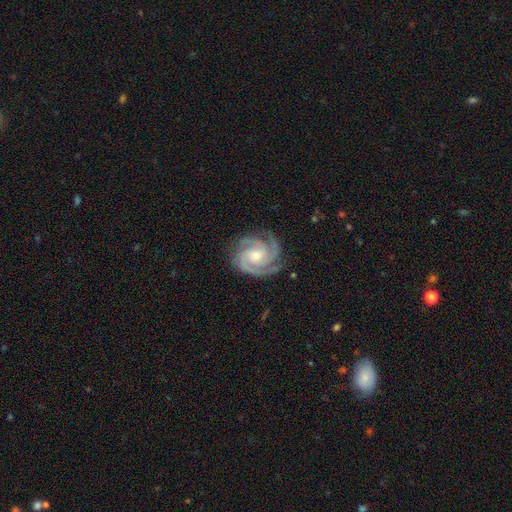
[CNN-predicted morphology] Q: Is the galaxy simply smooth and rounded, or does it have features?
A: featured or disk — 93%.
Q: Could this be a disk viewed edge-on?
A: no — 98%.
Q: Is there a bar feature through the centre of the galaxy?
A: no — 65%.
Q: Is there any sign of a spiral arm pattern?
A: yes — 99%.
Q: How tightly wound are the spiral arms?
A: tight — 70%.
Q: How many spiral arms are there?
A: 3 — 67%.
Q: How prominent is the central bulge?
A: small — 53%.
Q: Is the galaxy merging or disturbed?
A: none — 82%.